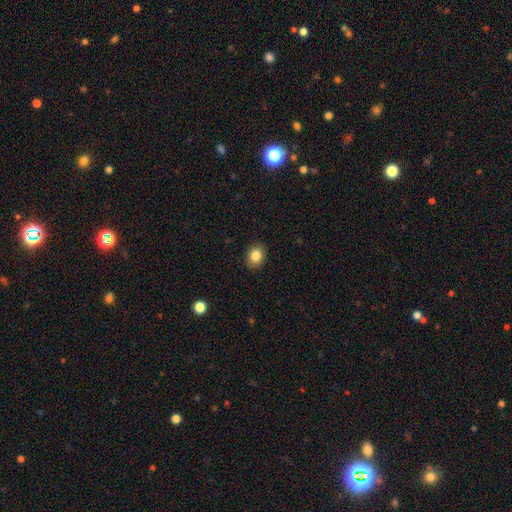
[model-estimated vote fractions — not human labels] Smooth or featured? Predicted: smooth (p=0.84). How rounded? Predicted: in between (p=0.51). Merging? Predicted: none (p=0.89).